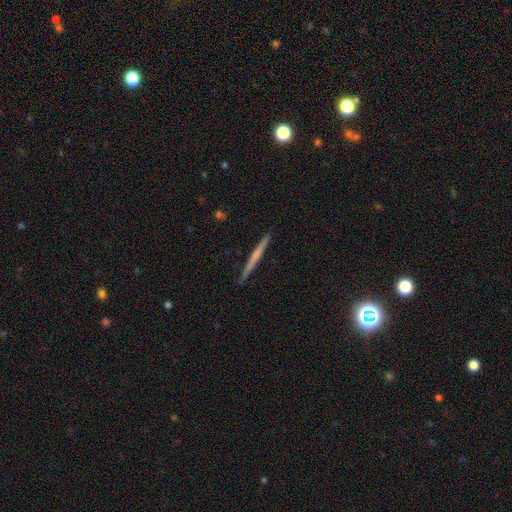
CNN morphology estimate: Overall: featured or disk (51%; smooth 43%). Edge-on disk: yes (98%). Merging: none (92%).